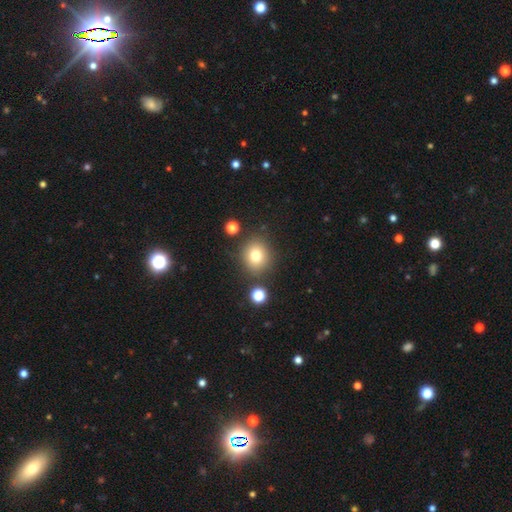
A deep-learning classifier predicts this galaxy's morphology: The model was most divided on "how rounded": round: 80%, in between: 19%, cigar-shaped: 1%. More confident: merging — none (81%); smooth or featured — smooth (76%).